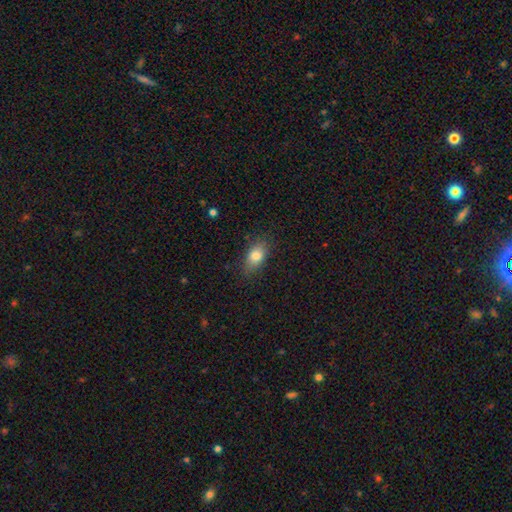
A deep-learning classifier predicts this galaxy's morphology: This appears to be a smooth galaxy with no disk features (81%) that is in between round and cigar-shaped (84%). Merging: none (81%).